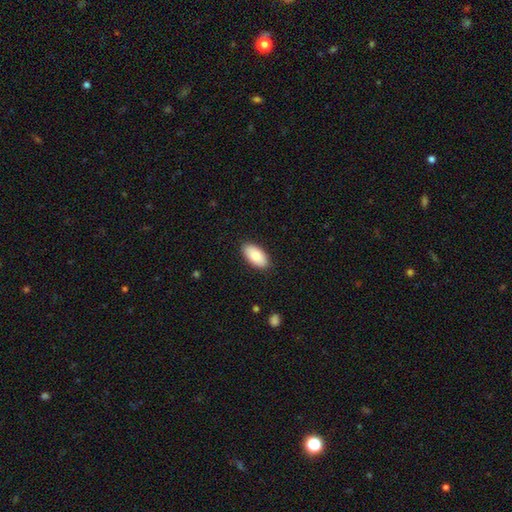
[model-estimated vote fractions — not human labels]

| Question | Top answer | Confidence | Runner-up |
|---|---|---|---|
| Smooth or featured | smooth | 82% | featured or disk (12%) |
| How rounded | in between | 94% | cigar-shaped (4%) |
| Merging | none | 88% | minor disturbance (9%) |